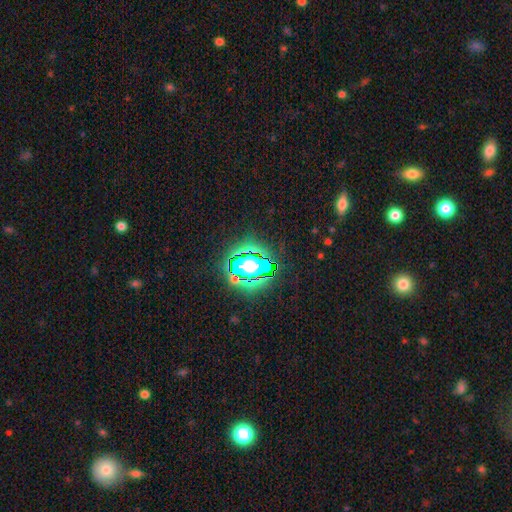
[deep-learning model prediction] A star or artifact, not a galaxy (80%).